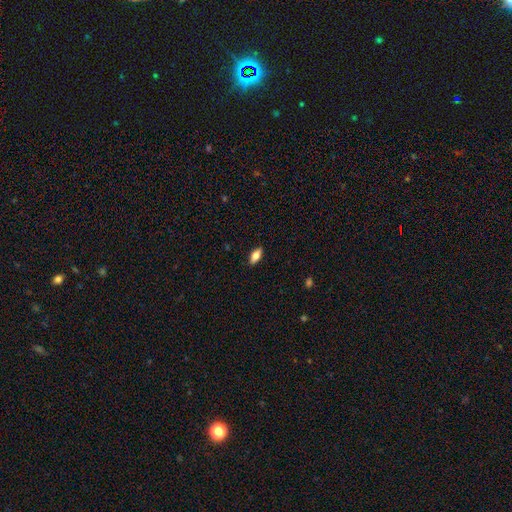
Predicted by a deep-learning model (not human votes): Smooth or featured? Predicted: smooth (p=0.73). How rounded? Predicted: in between (p=0.83). Merging? Predicted: none (p=0.88).